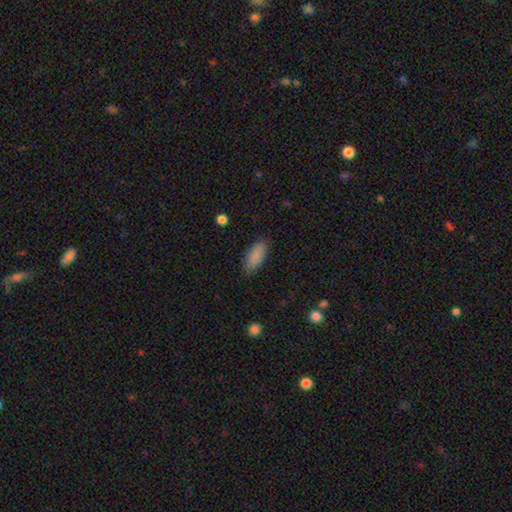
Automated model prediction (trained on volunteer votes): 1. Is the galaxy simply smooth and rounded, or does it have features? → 88% smooth, 7% star or artifact, 6% featured or disk.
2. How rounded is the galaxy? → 79% in between, 19% cigar-shaped, 2% round.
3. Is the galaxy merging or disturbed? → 83% none, 13% minor disturbance, 3% major disturbance, 1% merger.